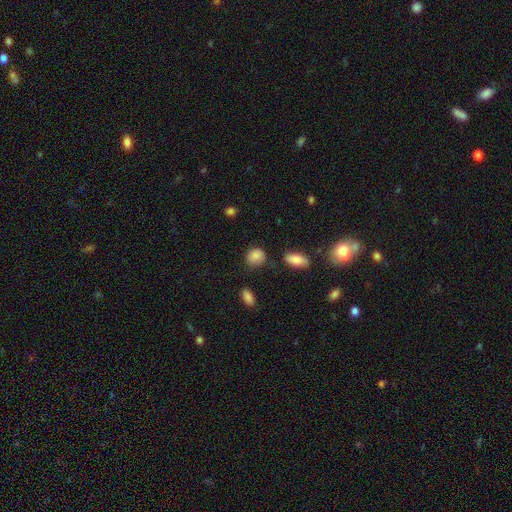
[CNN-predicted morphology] smooth-or-featured: smooth: 86% | star or artifact: 9% | featured or disk: 5%
  how-rounded: round: 67% | in between: 31% | cigar-shaped: 2%
  merging: none: 70% | minor disturbance: 20% | major disturbance: 5% | merger: 4%